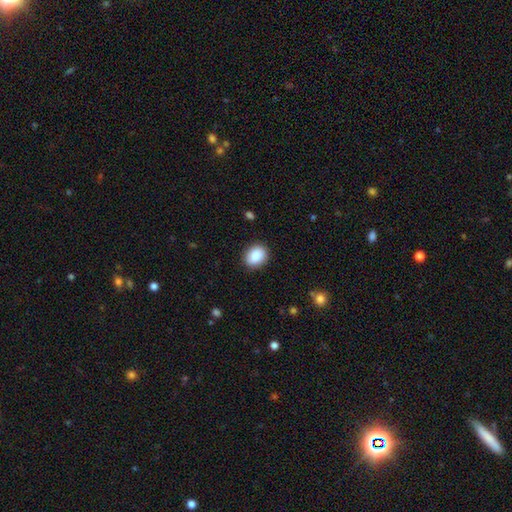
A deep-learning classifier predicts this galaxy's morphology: smooth-or-featured: smooth: 87% | star or artifact: 7% | featured or disk: 6%
  how-rounded: in between: 57% | round: 42% | cigar-shaped: 1%
  merging: none: 88% | minor disturbance: 9% | major disturbance: 2% | merger: 1%